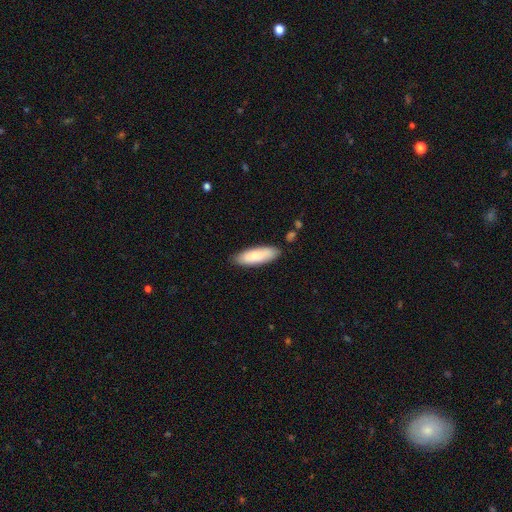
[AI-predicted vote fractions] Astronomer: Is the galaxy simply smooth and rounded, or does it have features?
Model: smooth — 83%.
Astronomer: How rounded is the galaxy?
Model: in between — 54% (runner-up: cigar-shaped, 45%).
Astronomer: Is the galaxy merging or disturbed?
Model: none — 84%.